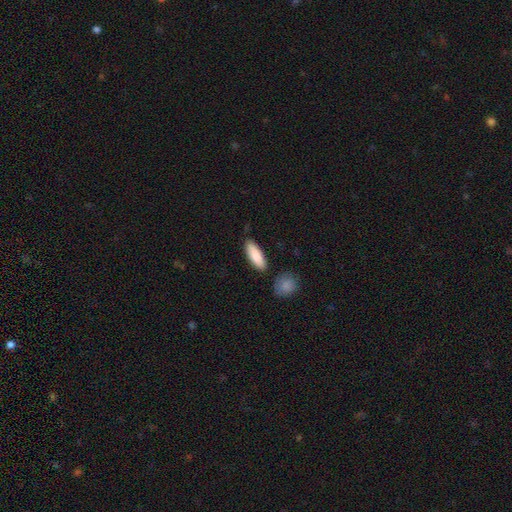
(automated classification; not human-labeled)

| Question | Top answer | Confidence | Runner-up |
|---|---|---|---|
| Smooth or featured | smooth | 88% | featured or disk (7%) |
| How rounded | in between | 61% | cigar-shaped (37%) |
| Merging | none | 84% | minor disturbance (10%) |